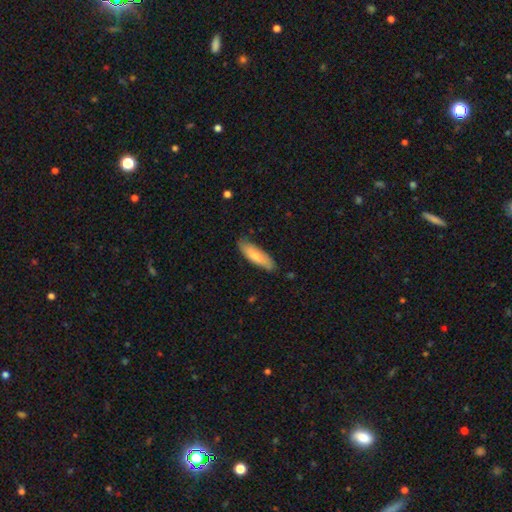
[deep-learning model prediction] Smooth or featured? smooth (79%)
How rounded? cigar-shaped (53%)
Merging? none (80%)